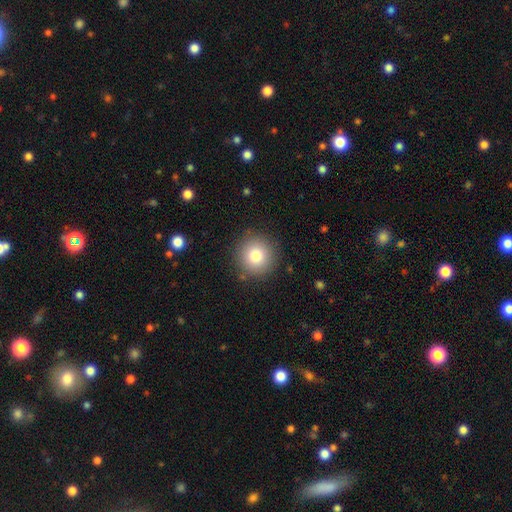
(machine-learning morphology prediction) A smooth galaxy with no disk features (80%) that is round (95%).

Vote fractions:
- Smooth or featured? smooth: 80% / star or artifact: 11% / featured or disk: 10%
- How rounded? round: 95% / in between: 4% / cigar-shaped: 1%
- Merging? none: 89% / minor disturbance: 7% / major disturbance: 3% / merger: 2%